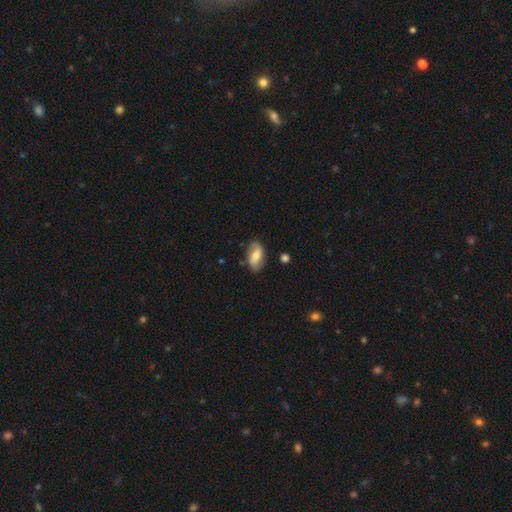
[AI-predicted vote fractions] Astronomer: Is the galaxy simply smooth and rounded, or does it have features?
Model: smooth — 50% (runner-up: featured or disk, 42%).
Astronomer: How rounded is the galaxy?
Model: in between — 89%.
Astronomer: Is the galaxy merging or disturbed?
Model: none — 73%.